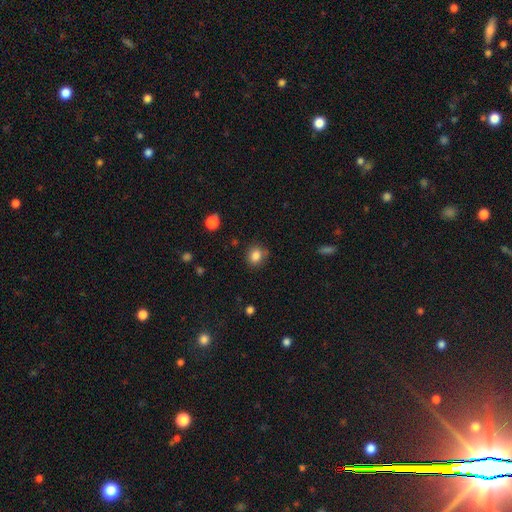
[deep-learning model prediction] Smooth or featured? Predicted: smooth (p=0.84). How rounded? Predicted: round (p=0.71). Merging? Predicted: none (p=0.78).